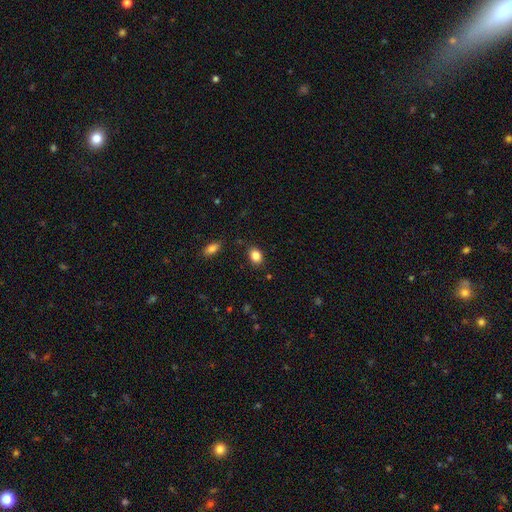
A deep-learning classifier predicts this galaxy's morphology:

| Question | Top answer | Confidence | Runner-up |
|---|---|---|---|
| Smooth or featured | smooth | 85% | star or artifact (9%) |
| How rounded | in between | 75% | round (24%) |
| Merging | none | 84% | minor disturbance (11%) |